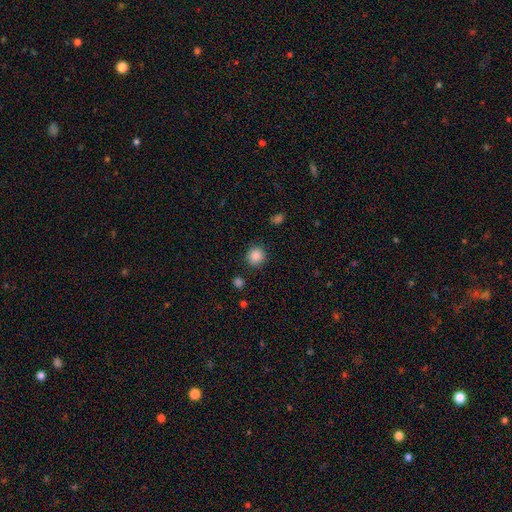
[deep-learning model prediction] Smooth or featured? Predicted: smooth (p=0.87). How rounded? Predicted: round (p=0.91). Merging? Predicted: none (p=0.88).